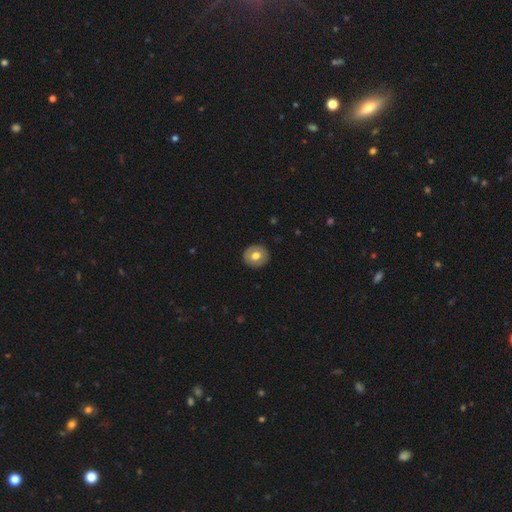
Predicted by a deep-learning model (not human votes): smooth_or_featured: smooth (p=0.64) [alt: featured or disk p=0.29]
how_rounded: round (p=0.85) [alt: in between p=0.14]
merging: none (p=0.90) [alt: minor disturbance p=0.07]